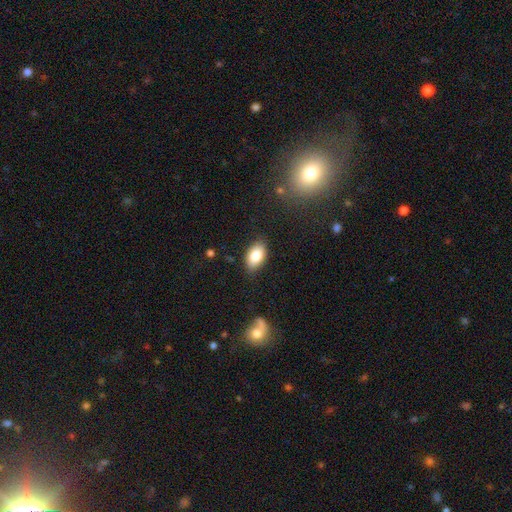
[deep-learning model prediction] Overall: smooth (83%). How rounded: in between (92%). Merging: none (83%).